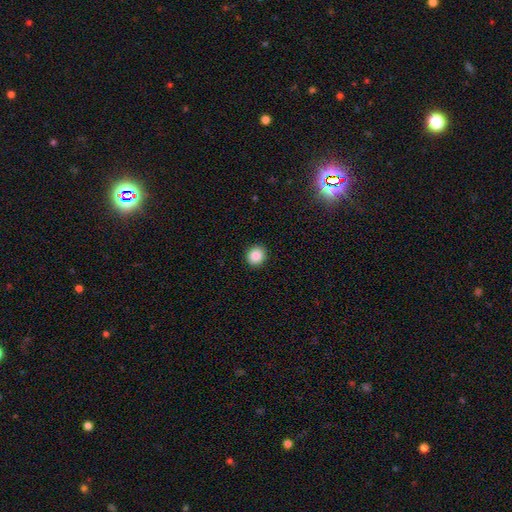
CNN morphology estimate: smooth_or_featured: smooth (p=0.88) [alt: star or artifact p=0.09]
how_rounded: round (p=0.85) [alt: in between p=0.14]
merging: none (p=0.92) [alt: minor disturbance p=0.05]